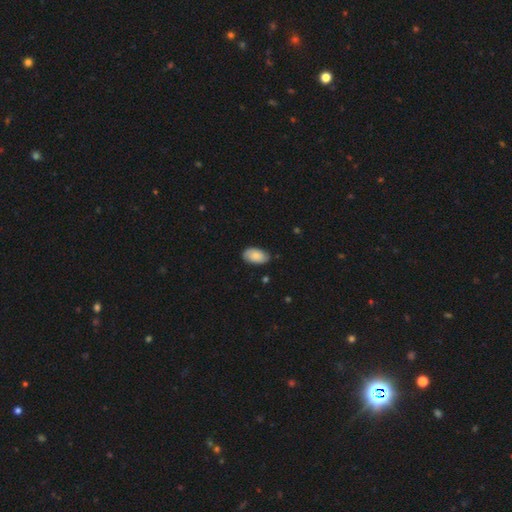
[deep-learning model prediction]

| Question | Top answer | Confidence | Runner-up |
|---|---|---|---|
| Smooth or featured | smooth | 74% | featured or disk (20%) |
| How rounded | in between | 95% | round (4%) |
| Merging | none | 78% | minor disturbance (18%) |